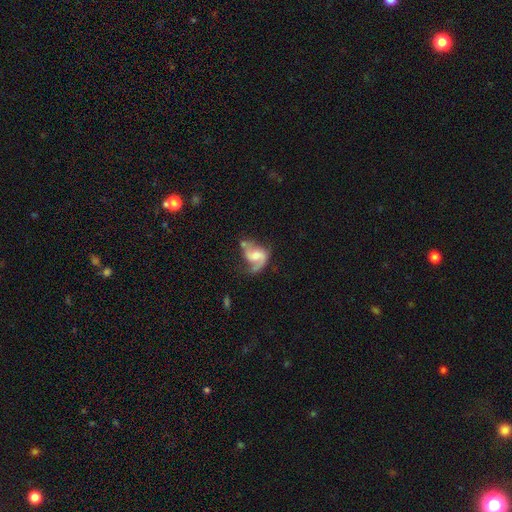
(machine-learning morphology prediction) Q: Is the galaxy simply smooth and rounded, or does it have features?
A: featured or disk — 71%.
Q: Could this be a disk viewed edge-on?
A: no — 97%.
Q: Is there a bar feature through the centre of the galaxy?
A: no — 45%.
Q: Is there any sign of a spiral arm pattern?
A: yes — 87%.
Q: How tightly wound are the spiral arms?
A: loose — 49%.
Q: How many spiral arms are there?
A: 2 — 66%.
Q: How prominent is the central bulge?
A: moderate — 41%.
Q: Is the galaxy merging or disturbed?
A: none — 31%.